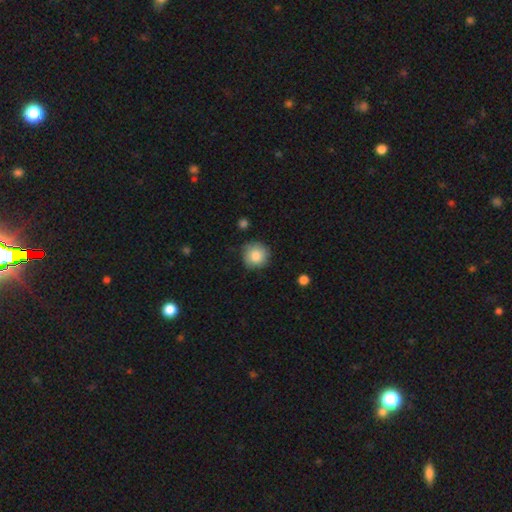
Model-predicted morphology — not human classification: Overall: smooth (83%). How rounded: round (93%). Merging: none (80%).